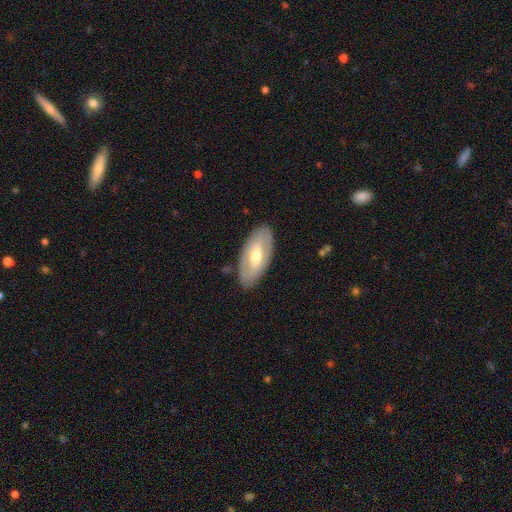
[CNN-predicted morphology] The model was most divided on "smooth or featured": featured or disk: 57%, smooth: 37%, star or artifact: 5%. More confident: edge-on disk — no (85%); merging — none (84%).